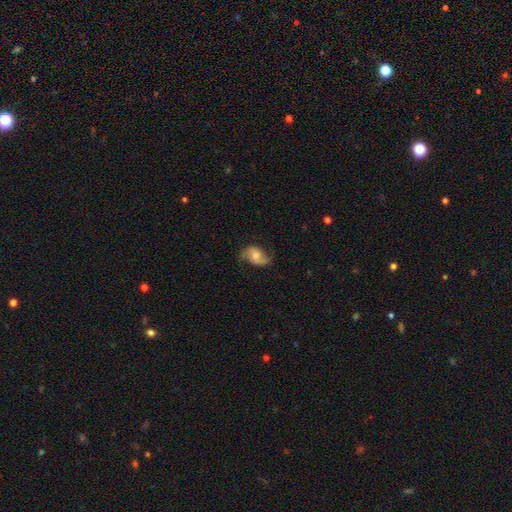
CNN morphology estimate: smooth-or-featured: featured or disk: 64% | smooth: 28% | star or artifact: 8%
  disk-edge-on: no: 97% | yes: 3%
    bar: no: 59% | weak: 33% | strong: 7%
    has-spiral-arms: yes: 91% | no: 9%
      spiral-winding: loose: 57% | medium: 34% | tight: 10%
      spiral-arm-count: 2: 88% | can't tell: 5% | 1: 4% | 3: 1% | 4: 1% | more than 4: 1%
    bulge-size: moderate: 51% | small: 32% | large: 9% | none: 6% | dominant: 2%
  merging: none: 69% | minor disturbance: 21% | major disturbance: 9% | merger: 1%